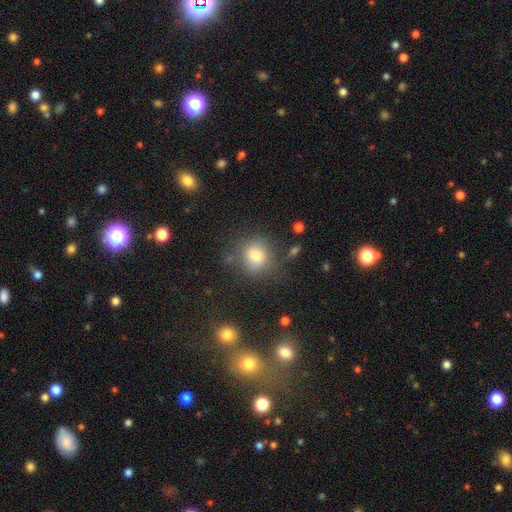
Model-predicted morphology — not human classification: smooth_or_featured: smooth (p=0.77) [alt: star or artifact p=0.13]
how_rounded: round (p=0.77) [alt: in between p=0.22]
merging: none (p=0.73) [alt: minor disturbance p=0.16]